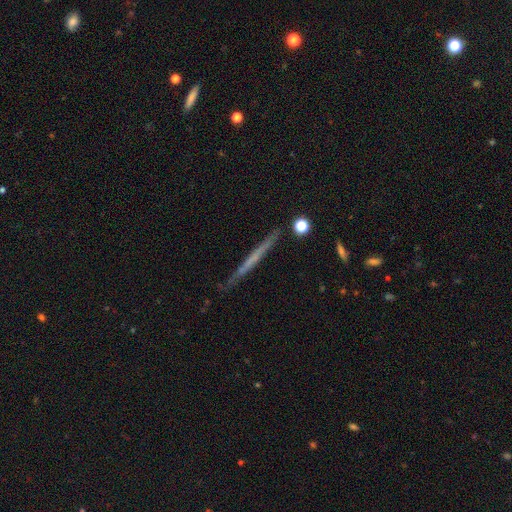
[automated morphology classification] This is possibly a featured or disk galaxy (56%). It is clearly viewed edge-on (97%). Edge-on bulge: clearly none (89%). Merging: clearly none (87%).